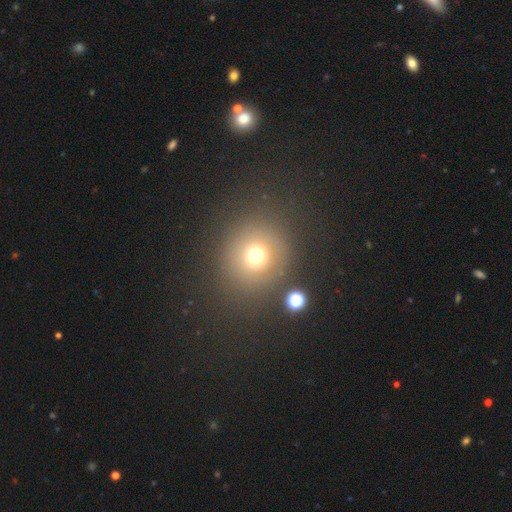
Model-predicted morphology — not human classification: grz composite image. It shows a smooth galaxy with no disk features (70%) that is round (86%). Merging: none (80%).